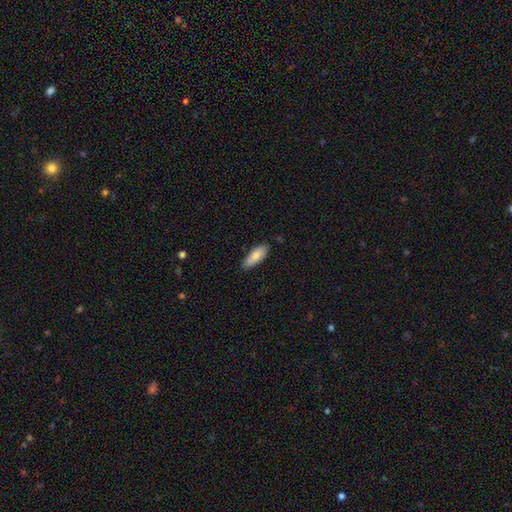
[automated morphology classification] This appears to be a smooth galaxy with no disk features (81%) that is in between round and cigar-shaped (70%). Merging: none (82%).